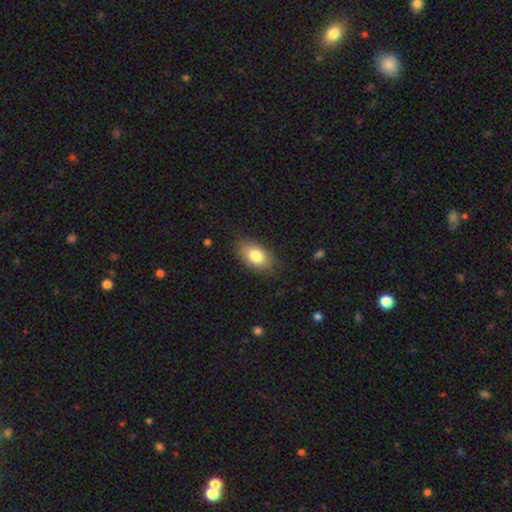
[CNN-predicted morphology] smooth_or_featured: smooth (p=0.81) [alt: featured or disk p=0.12]
how_rounded: in between (p=0.90) [alt: round p=0.07]
merging: none (p=0.83) [alt: minor disturbance p=0.13]